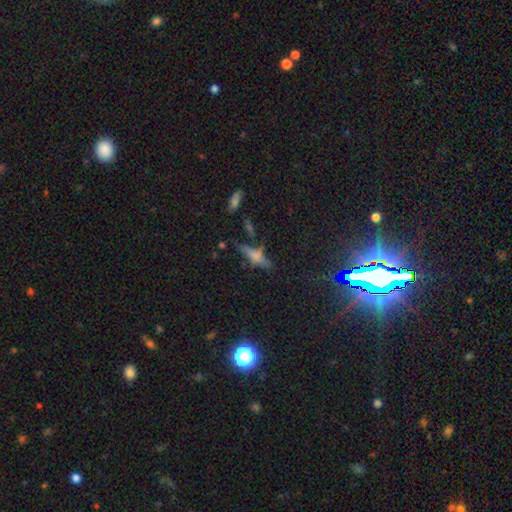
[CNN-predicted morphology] smooth-or-featured: smooth: 49% | featured or disk: 32% | star or artifact: 20%
  merging: none: 55% | minor disturbance: 19% | merger: 14% | major disturbance: 12%